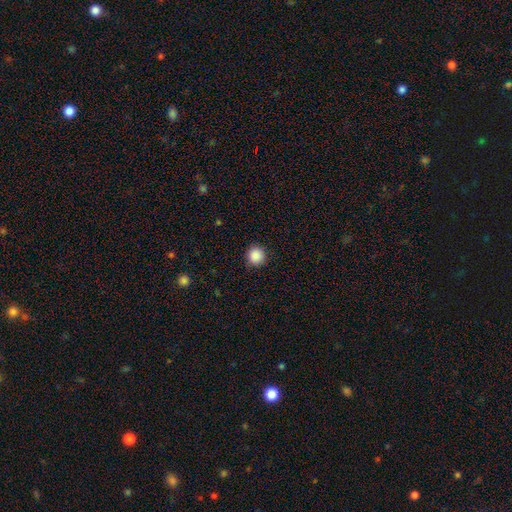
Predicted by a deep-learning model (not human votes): Morphology: type=smooth (88%); roundness=round (95%); merging=none (91%).